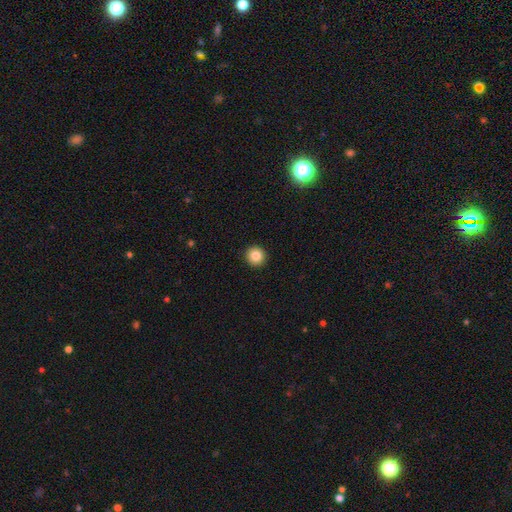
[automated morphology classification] type=smooth (84%); roundness=round (96%); merging=none (94%).